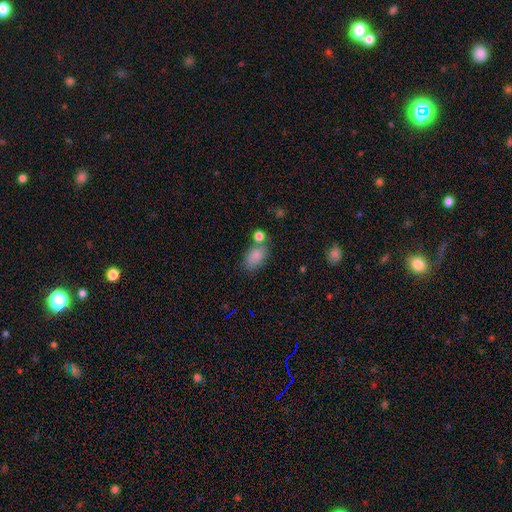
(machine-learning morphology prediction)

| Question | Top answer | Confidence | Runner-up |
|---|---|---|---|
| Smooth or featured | smooth | 83% | star or artifact (9%) |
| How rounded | in between | 87% | round (11%) |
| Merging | none | 59% | merger (18%) |